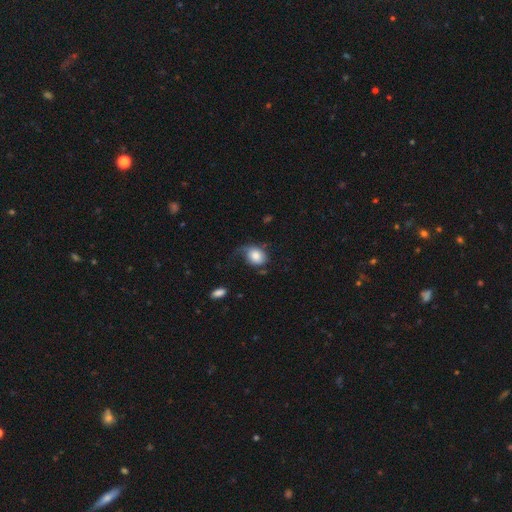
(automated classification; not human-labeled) smooth_or_featured: smooth (p=0.75) [alt: featured or disk p=0.17]
how_rounded: in between (p=0.53) [alt: round p=0.46]
merging: none (p=0.38) [alt: minor disturbance p=0.30]